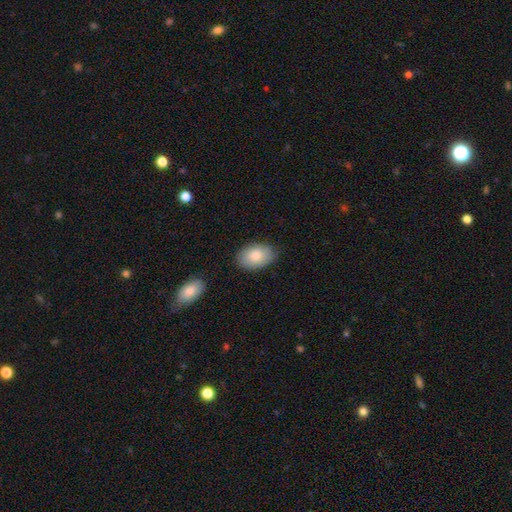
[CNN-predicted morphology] The model was most divided on "merging": none: 83%, minor disturbance: 13%, major disturbance: 3%, merger: 1%. More confident: how rounded — in between (89%); smooth or featured — smooth (82%).